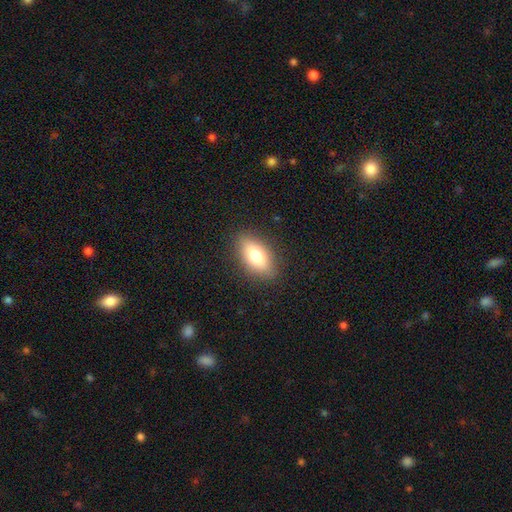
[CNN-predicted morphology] Smooth or featured? smooth (76%)
How rounded? in between (87%)
Merging? none (86%)